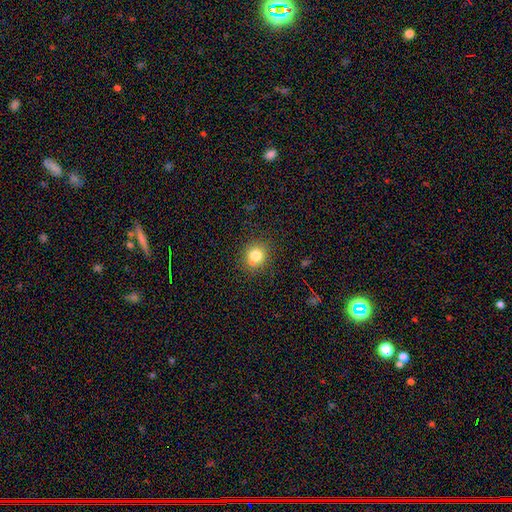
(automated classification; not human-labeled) Smooth or featured? Predicted: smooth (p=0.78). How rounded? Predicted: round (p=0.84). Merging? Predicted: none (p=0.71).